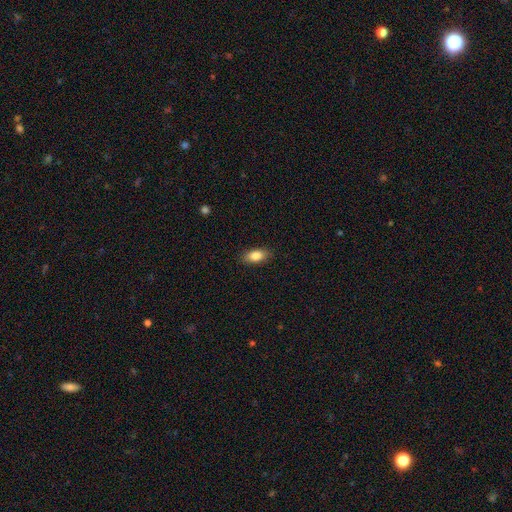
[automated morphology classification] smooth_or_featured: smooth (p=0.85) [alt: featured or disk p=0.08]
how_rounded: in between (p=0.87) [alt: cigar-shaped p=0.07]
merging: none (p=0.87) [alt: minor disturbance p=0.10]